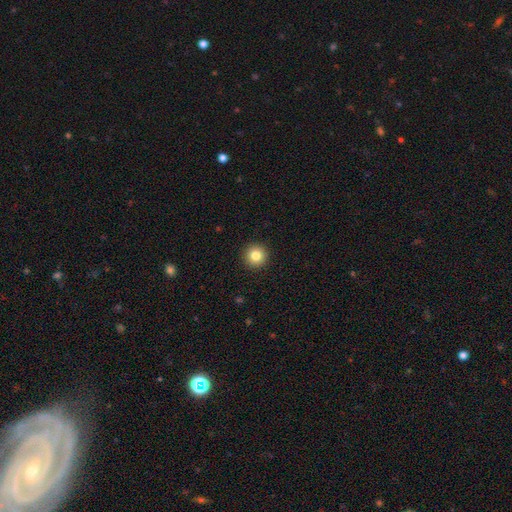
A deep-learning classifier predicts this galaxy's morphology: Q: Smooth or featured?
A: smooth (83%); runner-up: star or artifact (11%)
Q: How rounded?
A: round (96%); runner-up: in between (3%)
Q: Merging?
A: none (93%); runner-up: minor disturbance (4%)